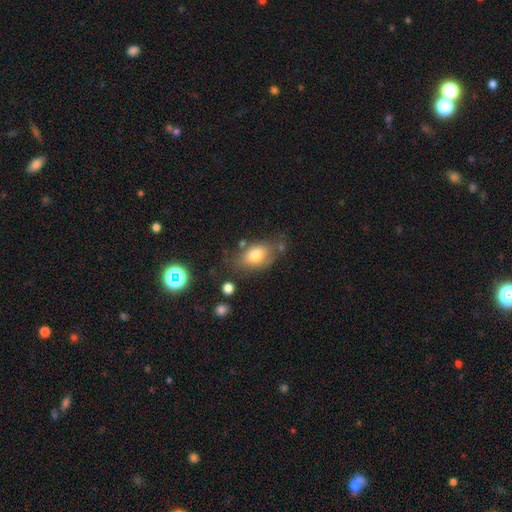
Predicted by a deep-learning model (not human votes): smooth 75%, featured or disk 16%, star or artifact 9%. Down the decision tree: how rounded — in between (81%); merging — none (61%).